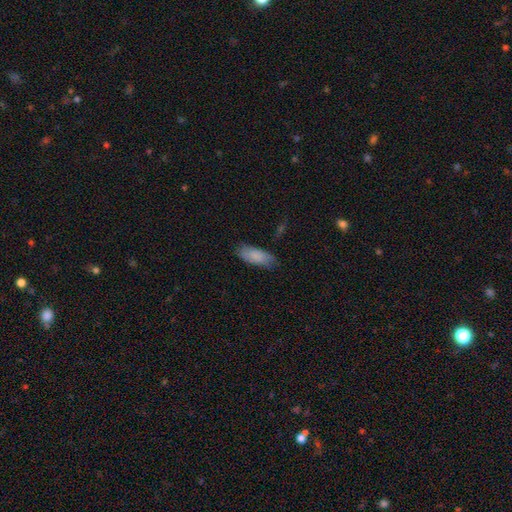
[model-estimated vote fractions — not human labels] Smooth or featured? smooth (84%)
How rounded? in between (77%)
Merging? none (75%)